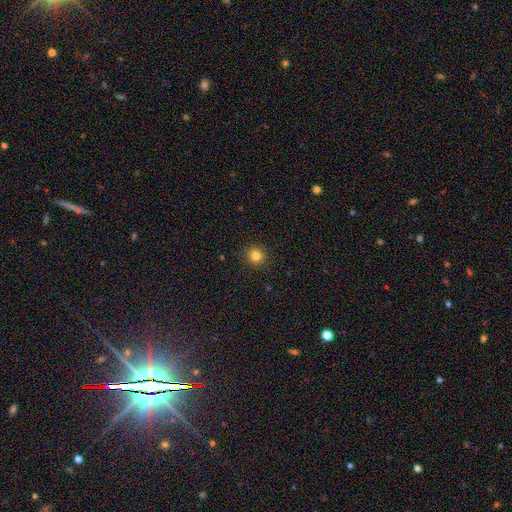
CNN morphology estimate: A smooth galaxy with no disk features (82%) that is round (92%).

Vote fractions:
- Smooth or featured? smooth: 82% / star or artifact: 13% / featured or disk: 5%
- How rounded? round: 92% / in between: 7% / cigar-shaped: 1%
- Merging? none: 91% / minor disturbance: 6% / major disturbance: 2% / merger: 1%